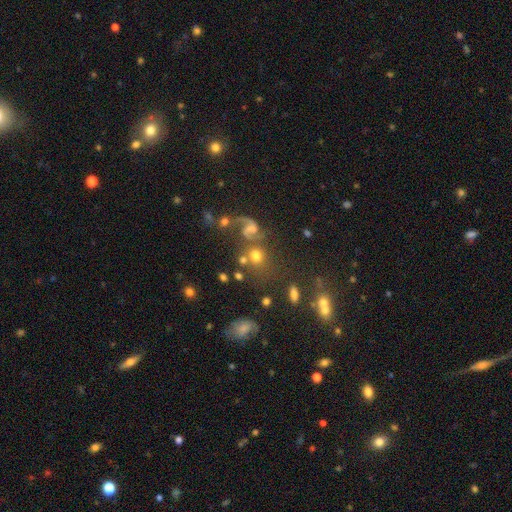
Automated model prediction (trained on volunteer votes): smooth 59%, featured or disk 26%, star or artifact 15%. Down the decision tree: how rounded — round (82%); merging — none (55%).